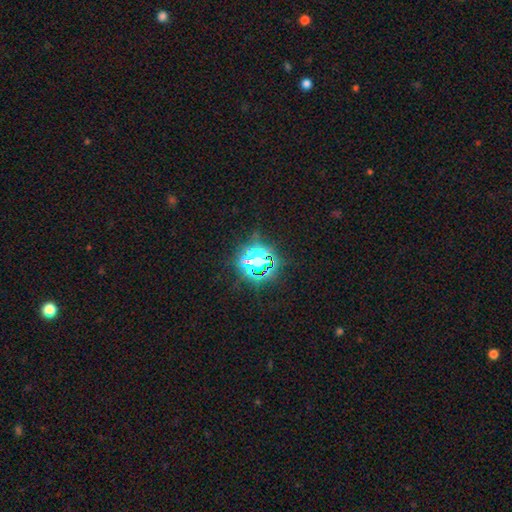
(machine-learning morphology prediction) smooth-or-featured: star or artifact: 80% | smooth: 13% | featured or disk: 7%